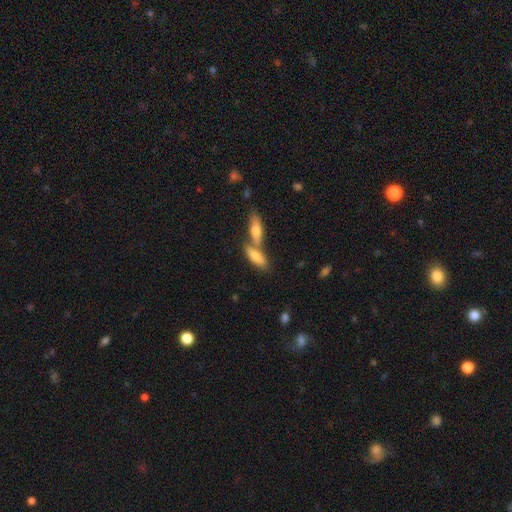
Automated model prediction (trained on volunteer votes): Morphology: type=smooth (76%); roundness=in between (67%); merging=merger (49%).